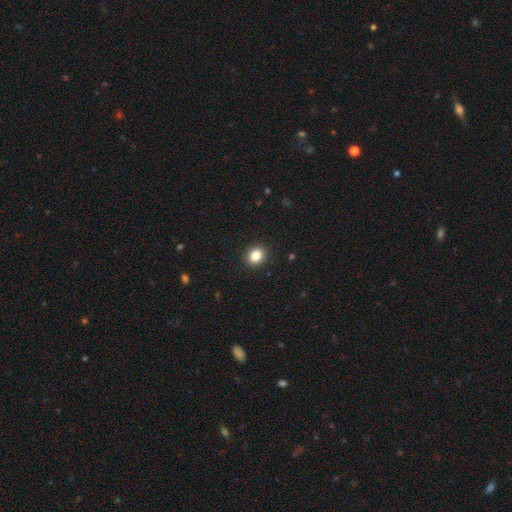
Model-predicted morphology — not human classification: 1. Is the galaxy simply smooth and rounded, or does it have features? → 84% smooth, 10% star or artifact, 5% featured or disk.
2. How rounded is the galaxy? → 64% round, 35% in between, 1% cigar-shaped.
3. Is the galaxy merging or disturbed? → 92% none, 6% minor disturbance, 2% major disturbance, 1% merger.